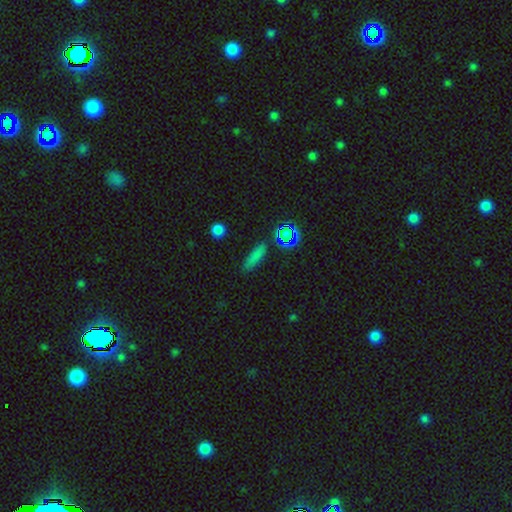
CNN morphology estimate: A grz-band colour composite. It shows a smooth galaxy with no disk features (73%) that is cigar-shaped (68%). Merging: none (85%).